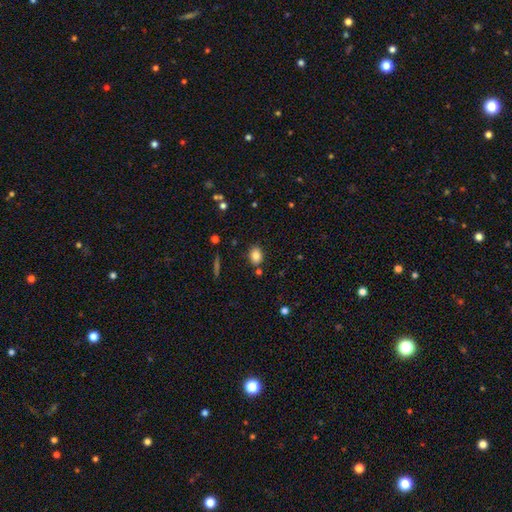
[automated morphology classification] The model was most divided on "how rounded": in between: 73%, round: 26%, cigar-shaped: 2%. More confident: smooth or featured — smooth (83%); merging — none (81%).